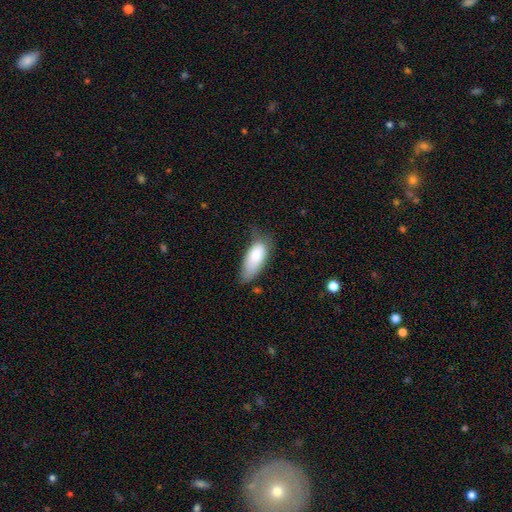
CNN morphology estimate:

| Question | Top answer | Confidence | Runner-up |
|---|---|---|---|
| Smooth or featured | smooth | 80% | featured or disk (14%) |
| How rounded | in between | 86% | cigar-shaped (12%) |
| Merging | none | 44% | minor disturbance (40%) |